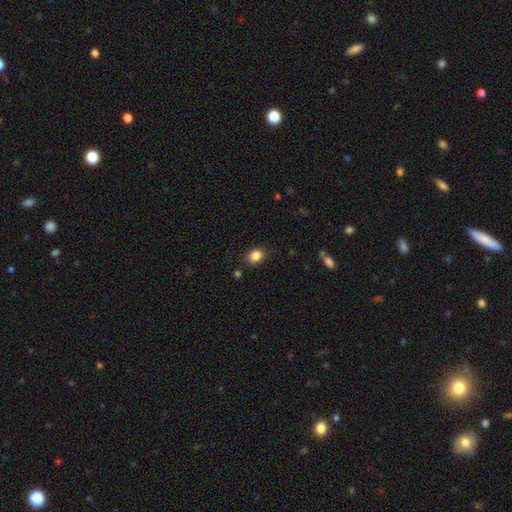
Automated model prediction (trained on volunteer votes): smooth-or-featured: smooth: 85% | star or artifact: 10% | featured or disk: 6%
  how-rounded: in between: 65% | round: 34% | cigar-shaped: 1%
  merging: none: 84% | minor disturbance: 11% | major disturbance: 3% | merger: 2%